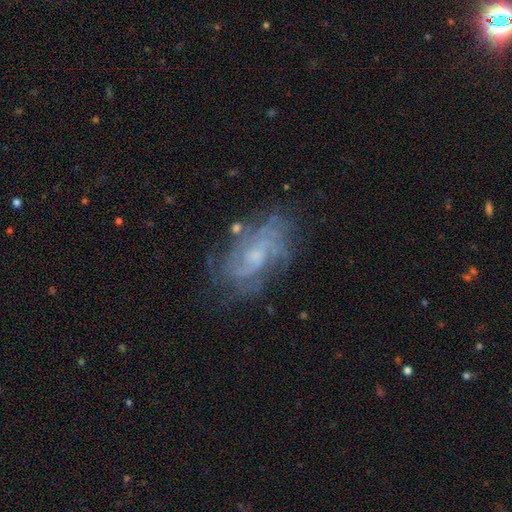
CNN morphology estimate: Smooth or featured: featured or disk — 79% (smooth — 12%)
Edge-on disk: no — 96% (yes — 4%)
Bar: no — 56% (weak — 38%)
Spiral arms: yes — 90% (no — 10%)
Spiral winding: tight — 47% (medium — 40%)
Spiral arm count: can't tell — 39% (2 — 26%)
Bulge size: small — 41% (moderate — 33%)
Merging: none — 65% (minor disturbance — 19%)